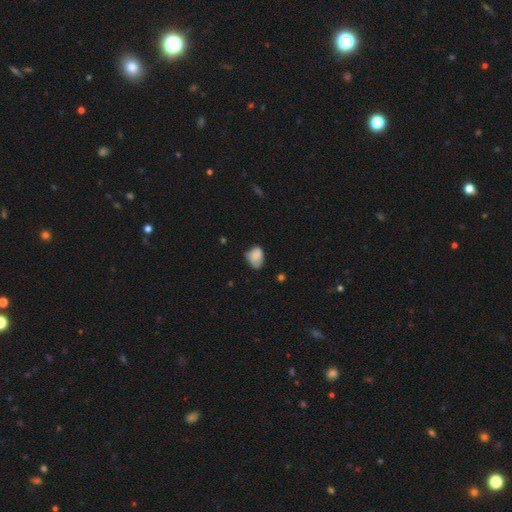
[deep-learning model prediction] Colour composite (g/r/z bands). It shows a smooth galaxy with no disk features (81%) that is in between round and cigar-shaped (77%). Merging: none (46%).